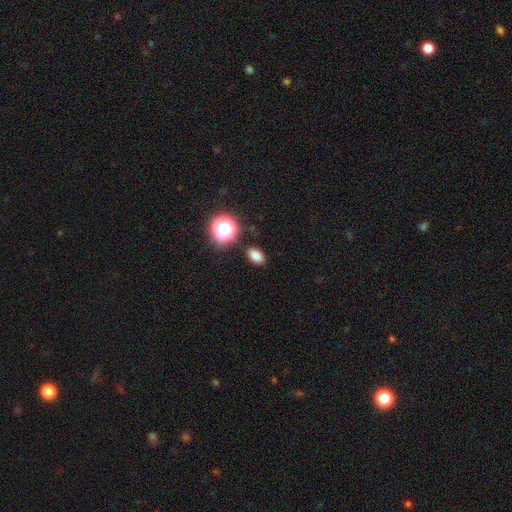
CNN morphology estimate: The model was most divided on "smooth or featured": smooth: 80%, star or artifact: 15%, featured or disk: 5%. More confident: merging — none (86%); how rounded — in between (82%).